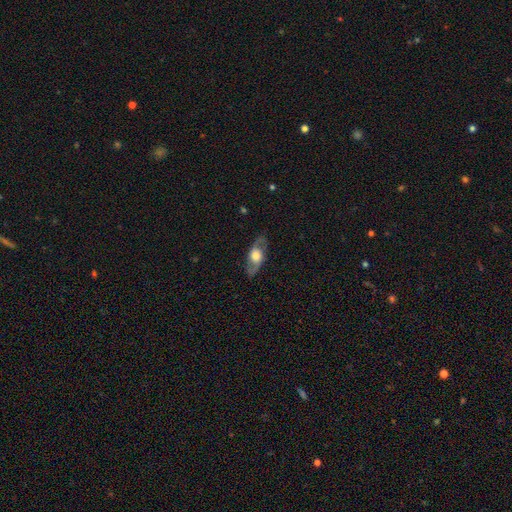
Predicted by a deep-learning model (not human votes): This is likely a featured or disk galaxy (67%). It is likely not viewed edge-on (76%). Bar: likely no (74%). Spiral arm pattern: likely yes (71%). Central bulge: possibly large (49%). Merging: clearly none (81%).